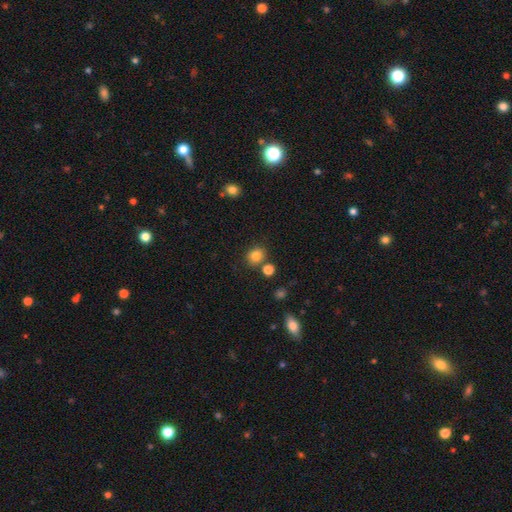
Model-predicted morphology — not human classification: Smooth or featured? smooth (83%)
How rounded? round (70%)
Merging? none (75%)